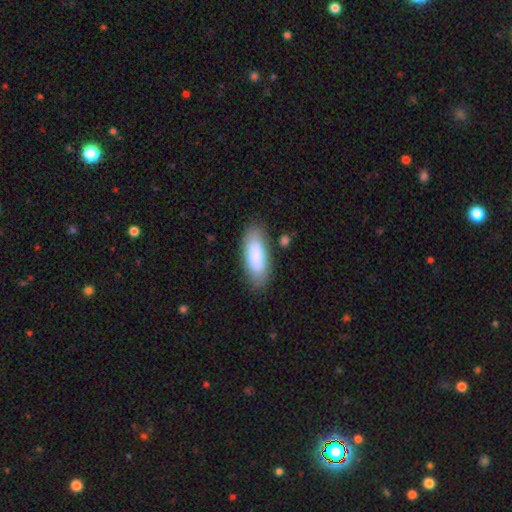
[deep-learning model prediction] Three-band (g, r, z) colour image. It shows a smooth galaxy with no disk features (84%) that is in between round and cigar-shaped (73%). Merging: none (80%).